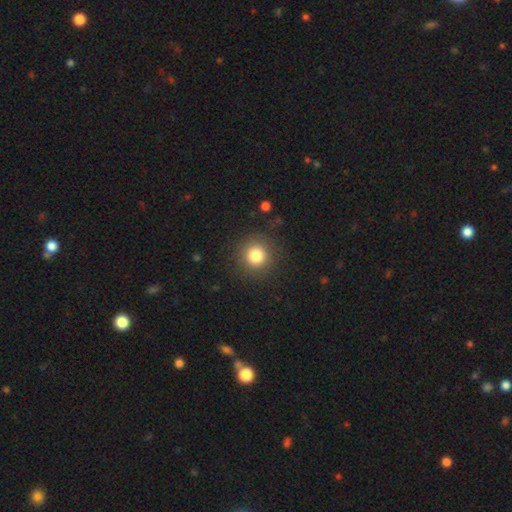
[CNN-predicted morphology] This is clearly a smooth galaxy (81%). How rounded: clearly round (95%). Merging: clearly none (89%).